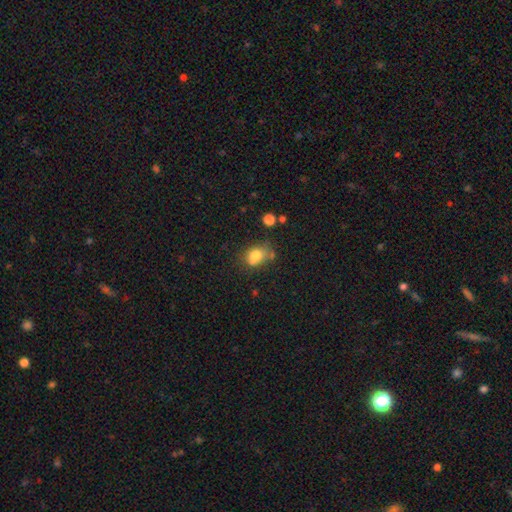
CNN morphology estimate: The model was most divided on "merging": none: 43%, minor disturbance: 25%, merger: 21%, major disturbance: 11%. More confident: smooth or featured — smooth (75%); how rounded — in between (62%).